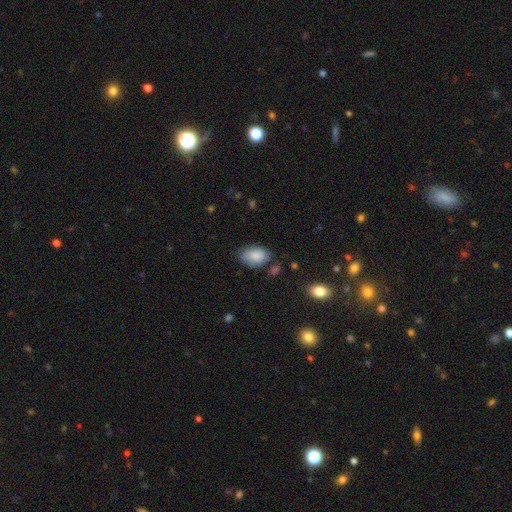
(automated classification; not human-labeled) smooth-or-featured: smooth: 85% | featured or disk: 8% | star or artifact: 7%
  how-rounded: in between: 87% | round: 11% | cigar-shaped: 1%
  merging: none: 67% | minor disturbance: 24% | major disturbance: 6% | merger: 4%